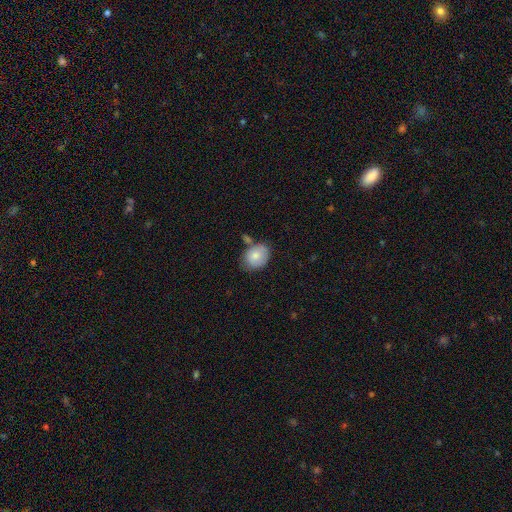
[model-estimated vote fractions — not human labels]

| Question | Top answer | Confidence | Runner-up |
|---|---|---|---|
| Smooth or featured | smooth | 77% | featured or disk (16%) |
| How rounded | round | 52% | in between (47%) |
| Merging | none | 59% | minor disturbance (23%) |